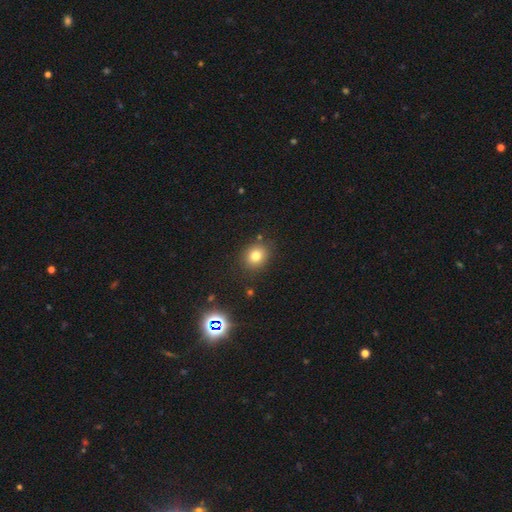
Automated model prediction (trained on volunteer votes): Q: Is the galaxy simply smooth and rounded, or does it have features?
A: smooth — 78%.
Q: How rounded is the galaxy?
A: round — 71%.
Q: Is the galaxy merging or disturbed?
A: none — 84%.